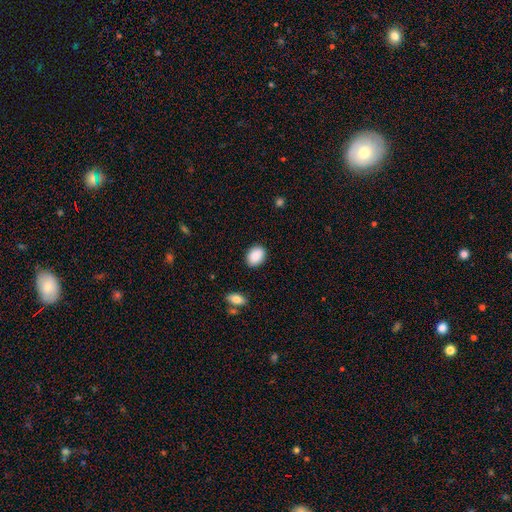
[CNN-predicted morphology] A smooth galaxy with no disk features (90%) that is in between round and cigar-shaped (70%). Merging: none (87%).